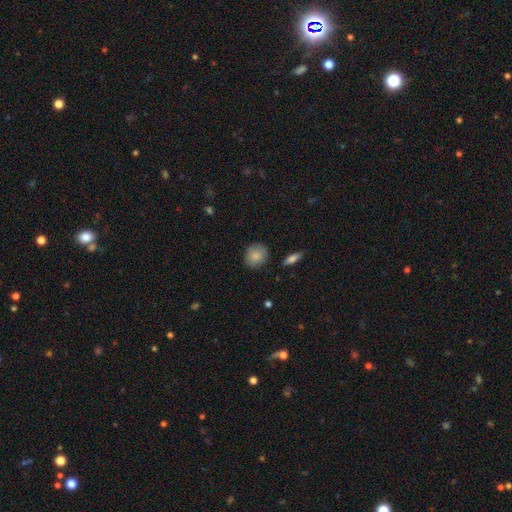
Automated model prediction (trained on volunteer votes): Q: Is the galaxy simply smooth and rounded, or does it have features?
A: smooth — 84%.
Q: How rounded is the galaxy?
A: round — 77%.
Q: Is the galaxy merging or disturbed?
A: none — 83%.